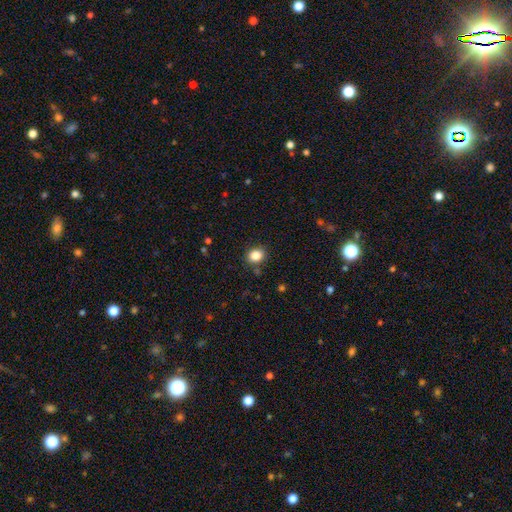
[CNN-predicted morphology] A smooth galaxy with no disk features (85%) that is round (60%). Merging: none (86%).